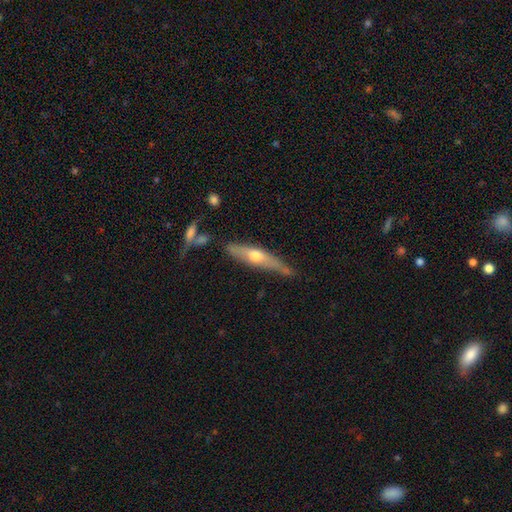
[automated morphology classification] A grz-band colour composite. It shows a featured or disk galaxy (53%) viewed edge-on (87%). Merging: none (68%).